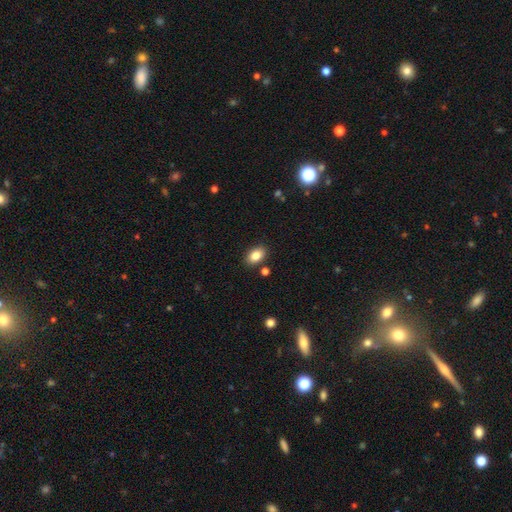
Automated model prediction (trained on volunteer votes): Morphology: type=smooth (84%); roundness=in between (86%); merging=none (85%).